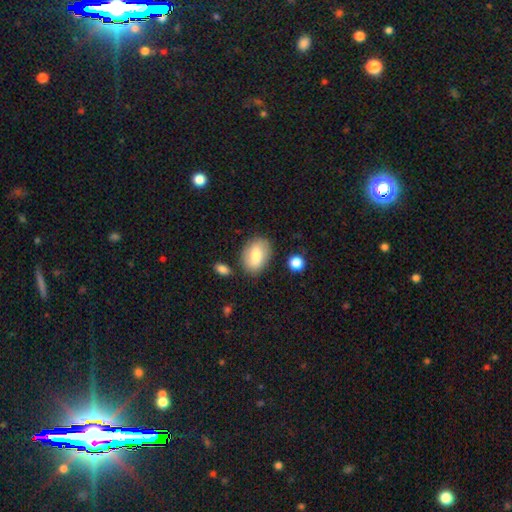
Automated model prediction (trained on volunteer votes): Smooth or featured? smooth (72%)
How rounded? in between (82%)
Merging? none (78%)